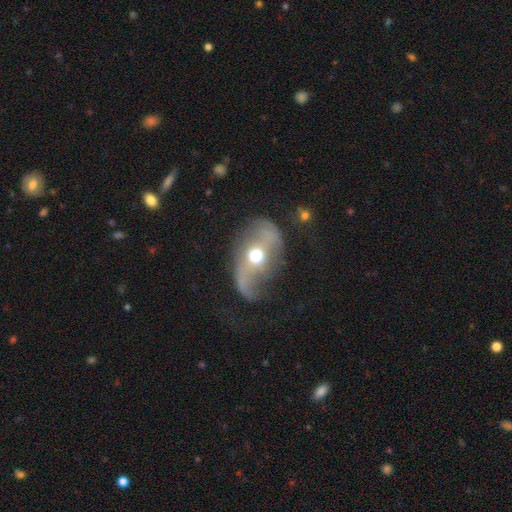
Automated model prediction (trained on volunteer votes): Q: Smooth or featured?
A: featured or disk (73%); runner-up: smooth (19%)
Q: Edge-on disk?
A: no (92%); runner-up: yes (8%)
Q: Bar?
A: no (57%); runner-up: weak (27%)
Q: Spiral arms?
A: yes (71%); runner-up: no (29%)
Q: Bulge size?
A: moderate (65%); runner-up: large (24%)
Q: Merging?
A: none (41%); runner-up: major disturbance (33%)